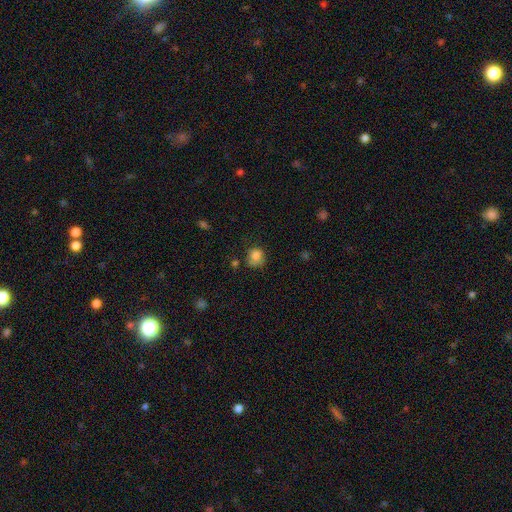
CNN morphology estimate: Smooth or featured?
  - smooth: 81% *
  - star or artifact: 11%
  - featured or disk: 8%
How rounded?
  - round: 74% *
  - in between: 25%
  - cigar-shaped: 1%
Merging?
  - none: 57% *
  - minor disturbance: 28%
  - major disturbance: 11%
  - merger: 4%